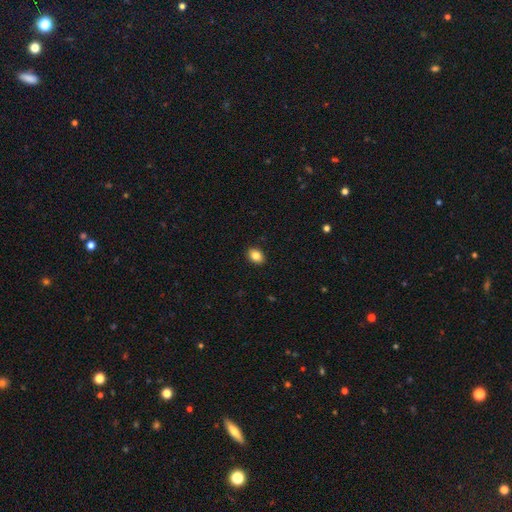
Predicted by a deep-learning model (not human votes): Q: Smooth or featured?
A: smooth (85%); runner-up: star or artifact (9%)
Q: How rounded?
A: in between (70%); runner-up: round (29%)
Q: Merging?
A: none (90%); runner-up: minor disturbance (7%)